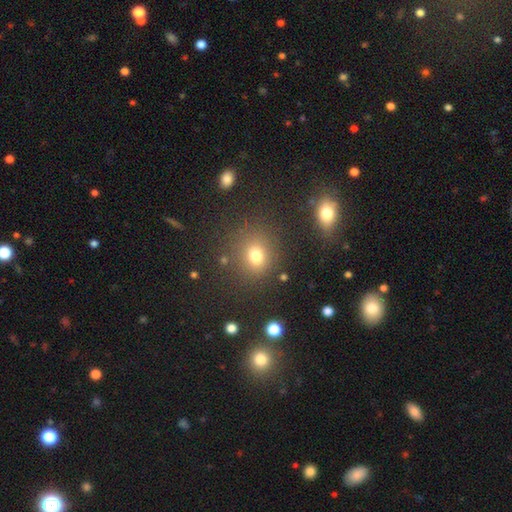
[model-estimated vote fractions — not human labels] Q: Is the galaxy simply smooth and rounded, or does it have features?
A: smooth — 74%.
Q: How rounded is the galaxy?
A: round — 77%.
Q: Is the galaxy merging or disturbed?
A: none — 81%.